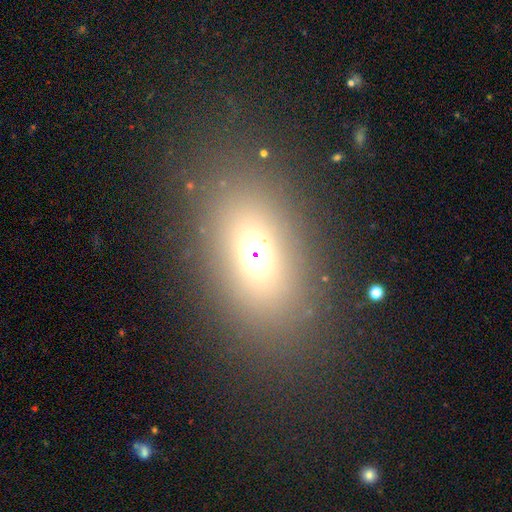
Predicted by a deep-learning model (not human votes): smooth_or_featured: smooth (p=0.61) [alt: star or artifact p=0.23]
how_rounded: in between (p=0.78) [alt: round p=0.18]
merging: none (p=0.80) [alt: minor disturbance p=0.10]